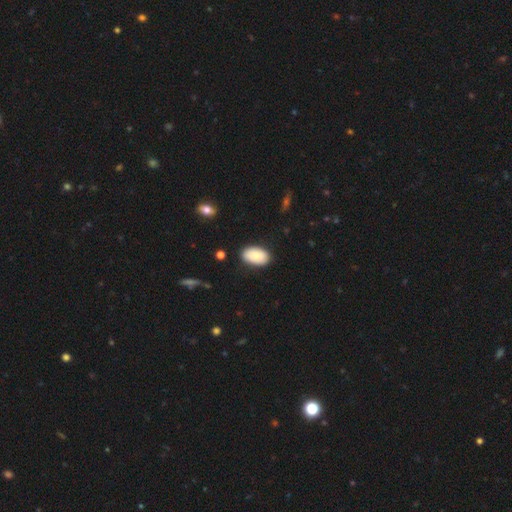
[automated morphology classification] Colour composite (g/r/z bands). It shows a smooth galaxy with no disk features (85%) that is in between round and cigar-shaped (94%). Merging: none (83%).